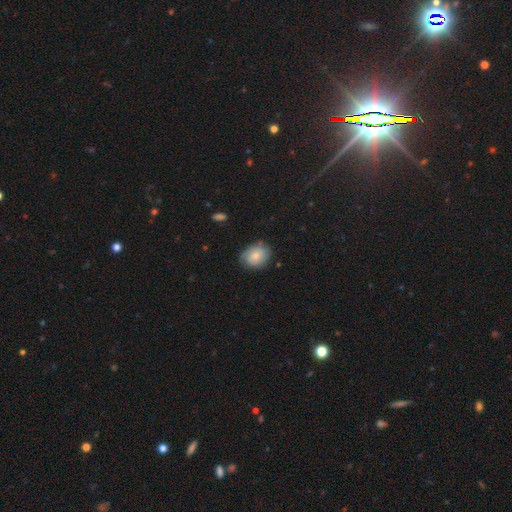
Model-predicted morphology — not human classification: This appears to be a smooth galaxy with no disk features (70%) that is in between round and cigar-shaped (53%). Merging: none (68%).